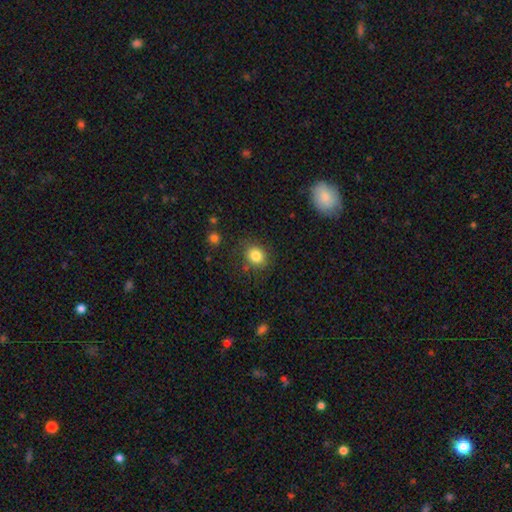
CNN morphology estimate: The model was most divided on "how rounded": round: 68%, in between: 31%, cigar-shaped: 1%. More confident: smooth or featured — smooth (84%); merging — none (81%).